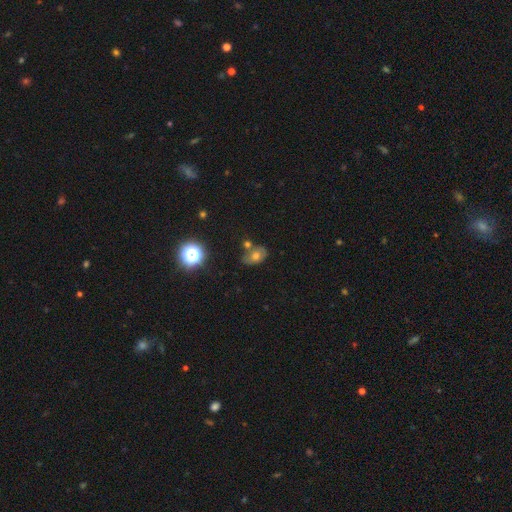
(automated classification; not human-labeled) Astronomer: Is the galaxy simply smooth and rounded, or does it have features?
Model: smooth — 57%.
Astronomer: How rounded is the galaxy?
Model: in between — 75%.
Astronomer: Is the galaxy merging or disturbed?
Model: none — 54%.